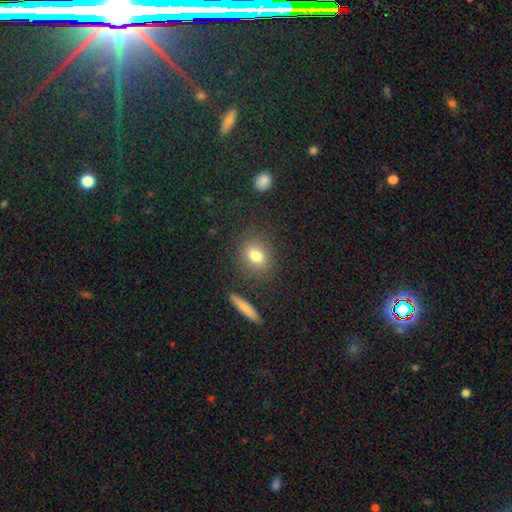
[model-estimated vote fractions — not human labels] Smooth or featured?
  - smooth: 79% *
  - star or artifact: 11%
  - featured or disk: 10%
How rounded?
  - round: 57% *
  - in between: 40%
  - cigar-shaped: 3%
Merging?
  - none: 83% *
  - minor disturbance: 10%
  - major disturbance: 4%
  - merger: 3%